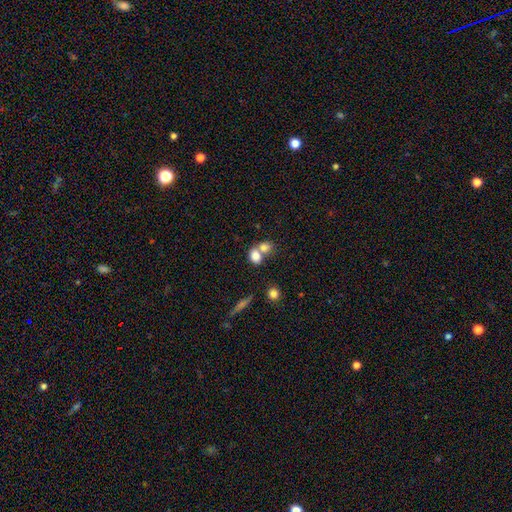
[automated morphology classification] This is likely a smooth galaxy (77%). How rounded: possibly in between (52%). Merging: possibly merger (56%).